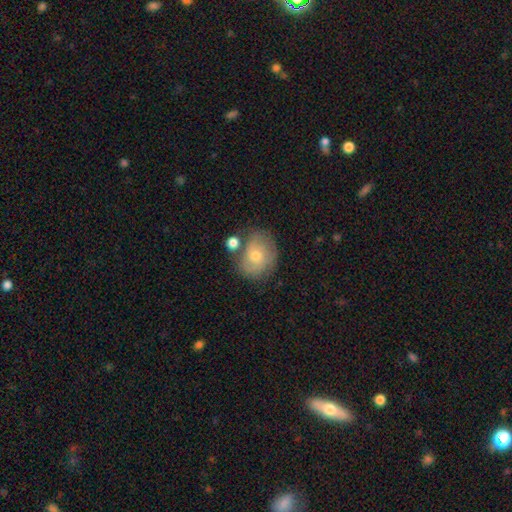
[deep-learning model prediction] Q: Smooth or featured?
A: smooth (57%); runner-up: featured or disk (35%)
Q: How rounded?
A: round (60%); runner-up: in between (39%)
Q: Merging?
A: none (58%); runner-up: minor disturbance (21%)